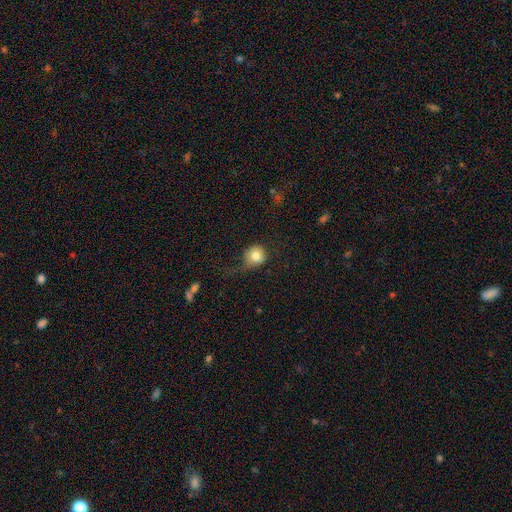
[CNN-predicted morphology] Smooth or featured? Predicted: smooth (p=0.79). How rounded? Predicted: round (p=0.86). Merging? Predicted: none (p=0.44).